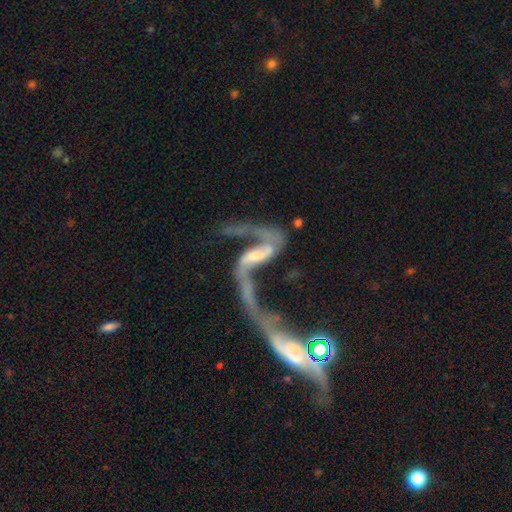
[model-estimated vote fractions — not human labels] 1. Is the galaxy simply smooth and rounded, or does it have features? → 85% featured or disk, 8% smooth, 6% star or artifact.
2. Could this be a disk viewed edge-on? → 93% no, 7% yes.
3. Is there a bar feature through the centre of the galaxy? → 40% weak, 35% strong, 26% no.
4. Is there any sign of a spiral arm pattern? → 90% yes, 10% no.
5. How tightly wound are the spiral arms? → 87% loose, 10% medium, 3% tight.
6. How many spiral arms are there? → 89% 2, 6% 1, 3% can't tell, 1% 3, 1% 4, 1% more than 4.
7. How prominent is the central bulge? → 30% none, 29% moderate, 29% small, 9% large, 2% dominant.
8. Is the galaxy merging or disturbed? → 49% merger, 21% major disturbance, 21% none, 9% minor disturbance.